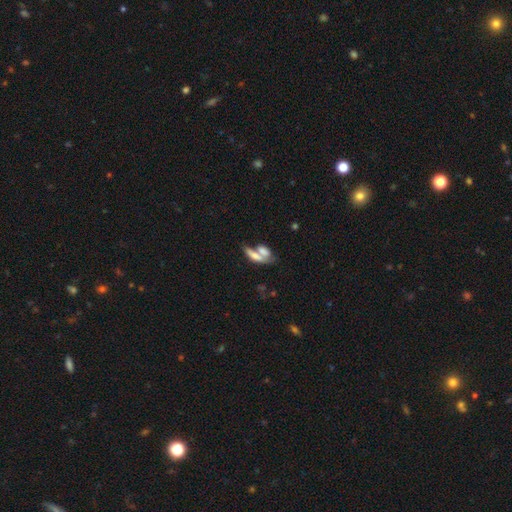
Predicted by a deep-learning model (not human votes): Smooth or featured: smooth — 65% (featured or disk — 25%)
How rounded: in between — 67% (cigar-shaped — 27%)
Merging: merger — 60% (none — 26%)